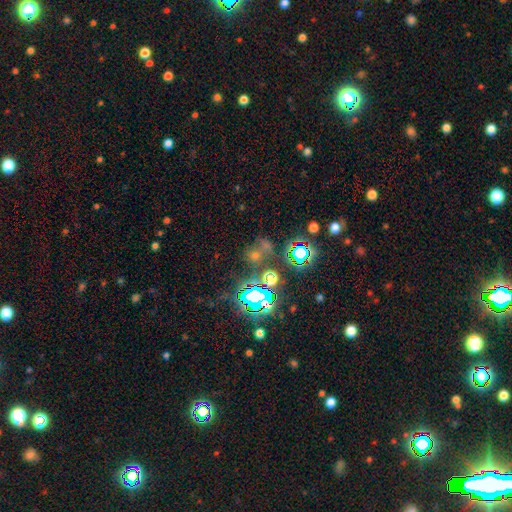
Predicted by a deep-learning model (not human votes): Overall: star or artifact (57%; smooth 31%).